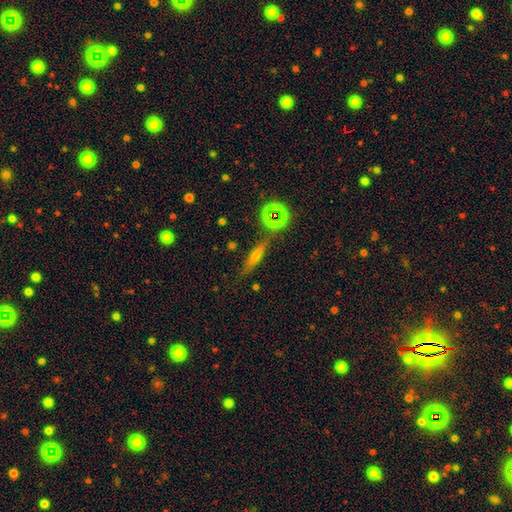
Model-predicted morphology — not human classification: The model was most divided on "smooth or featured": featured or disk: 42%, smooth: 35%, star or artifact: 23%. More confident: merging — none (80%).